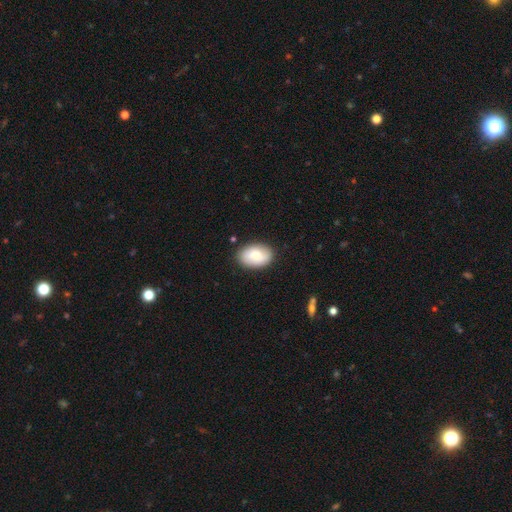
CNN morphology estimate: A smooth galaxy with no disk features (79%) that is in between round and cigar-shaped (88%).

Vote fractions:
- Smooth or featured? smooth: 79% / featured or disk: 15% / star or artifact: 6%
- How rounded? in between: 88% / round: 11% / cigar-shaped: 1%
- Merging? none: 85% / minor disturbance: 11% / major disturbance: 2% / merger: 1%